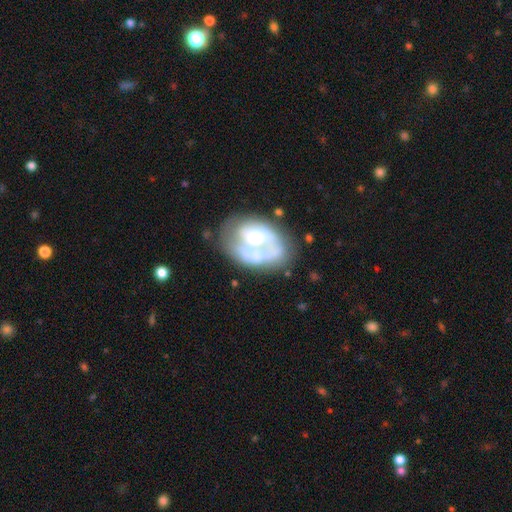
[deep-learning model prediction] A featured or disk galaxy (61%) with no bar (78%), no spiral arms (71%) and a moderate central bulge (45%).

Vote fractions:
- Smooth or featured? featured or disk: 61% / smooth: 30% / star or artifact: 8%
- Edge-on disk? no: 97% / yes: 3%
- Bar? no: 78% / weak: 17% / strong: 5%
- Spiral arms? no: 71% / yes: 29%
- Bulge size? moderate: 45% / small: 28% / none: 16% / large: 9% / dominant: 2%
- Merging? none: 40% / major disturbance: 23% / minor disturbance: 22% / merger: 14%